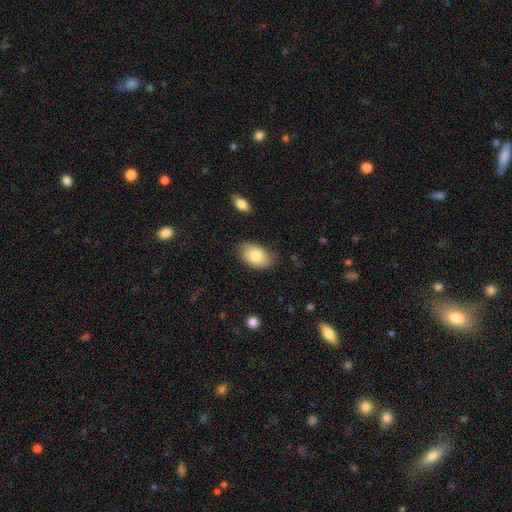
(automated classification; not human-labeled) smooth_or_featured: smooth (p=0.82) [alt: featured or disk p=0.12]
how_rounded: in between (p=0.91) [alt: round p=0.08]
merging: none (p=0.79) [alt: minor disturbance p=0.16]